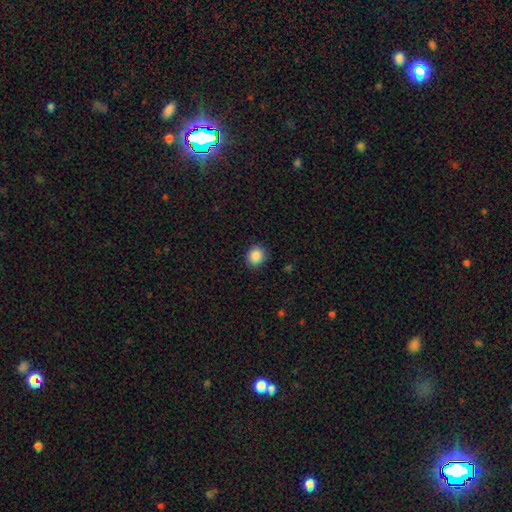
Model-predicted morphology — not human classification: Smooth or featured? smooth (88%)
How rounded? round (82%)
Merging? none (89%)